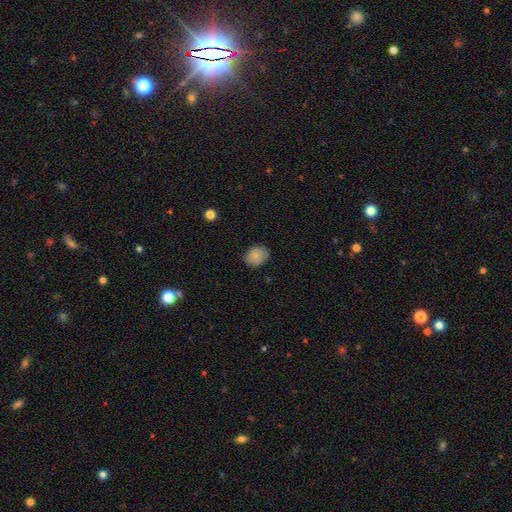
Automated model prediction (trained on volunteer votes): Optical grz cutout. It shows a smooth galaxy with no disk features (82%) that is round (52%). Merging: none (79%).